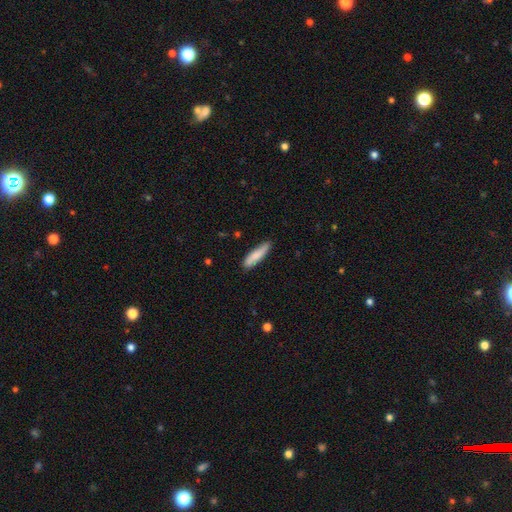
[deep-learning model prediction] Smooth or featured? smooth (79%)
How rounded? cigar-shaped (76%)
Merging? none (80%)